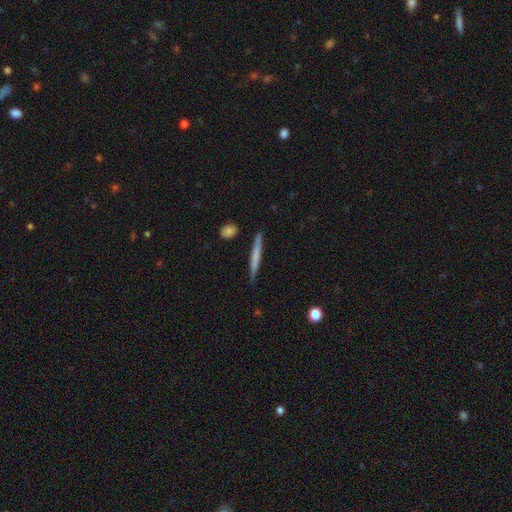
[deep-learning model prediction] smooth 59%, featured or disk 35%, star or artifact 6%. Down the decision tree: how rounded — cigar-shaped (96%); merging — none (86%).